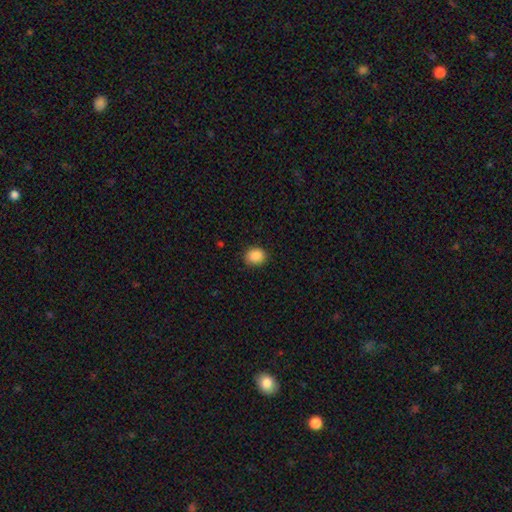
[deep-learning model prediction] smooth 89%, star or artifact 9%, featured or disk 3%. Down the decision tree: how rounded — round (69%); merging — none (86%).